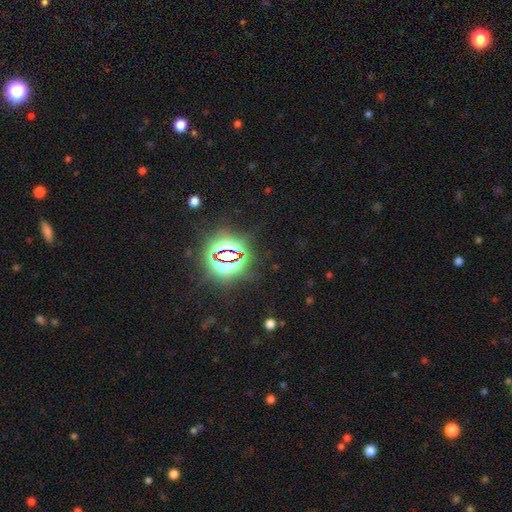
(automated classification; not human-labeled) Smooth or featured: star or artifact — 85% (smooth — 9%)